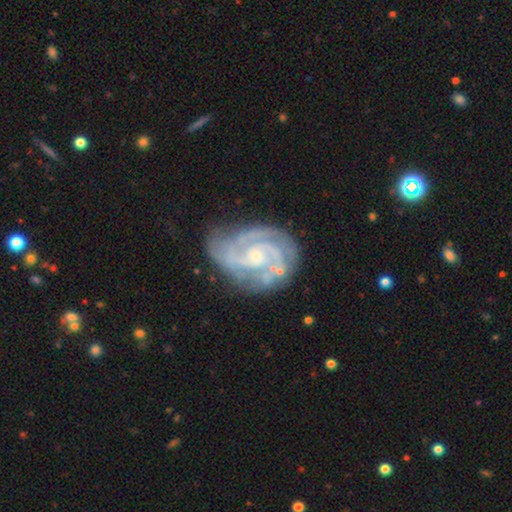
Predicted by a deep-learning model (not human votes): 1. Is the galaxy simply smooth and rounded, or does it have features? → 90% featured or disk, 5% smooth, 5% star or artifact.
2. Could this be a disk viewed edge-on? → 98% no, 2% yes.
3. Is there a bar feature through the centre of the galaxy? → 60% no, 33% weak, 7% strong.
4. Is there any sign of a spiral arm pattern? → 98% yes, 2% no.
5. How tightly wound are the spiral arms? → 60% tight, 34% medium, 5% loose.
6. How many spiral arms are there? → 40% 2, 31% 3, 13% can't tell, 7% 4, 4% 1, 4% more than 4.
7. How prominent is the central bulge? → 66% small, 27% moderate, 5% none, 1% large, 1% dominant.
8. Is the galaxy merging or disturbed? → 66% none, 22% minor disturbance, 9% major disturbance, 3% merger.